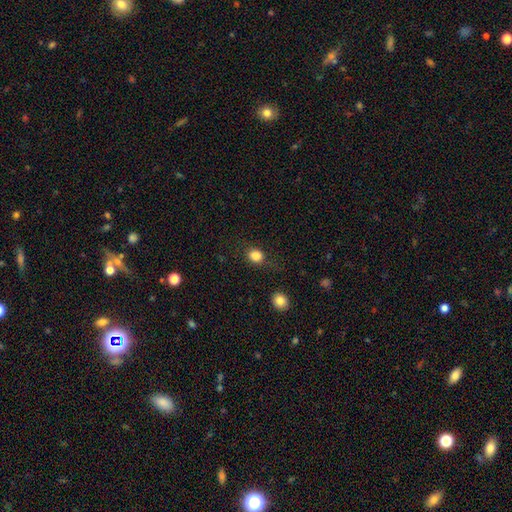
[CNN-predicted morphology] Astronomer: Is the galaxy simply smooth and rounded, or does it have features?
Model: smooth — 85%.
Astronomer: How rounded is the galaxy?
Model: round — 63%.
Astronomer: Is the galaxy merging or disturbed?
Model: none — 72%.